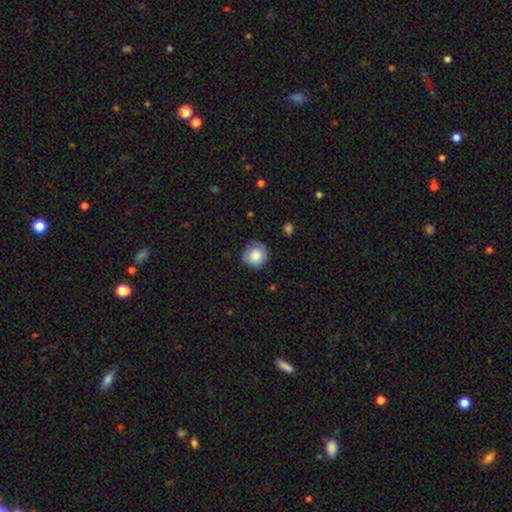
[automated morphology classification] Overall: smooth (82%). How rounded: round (90%). Merging: none (78%).